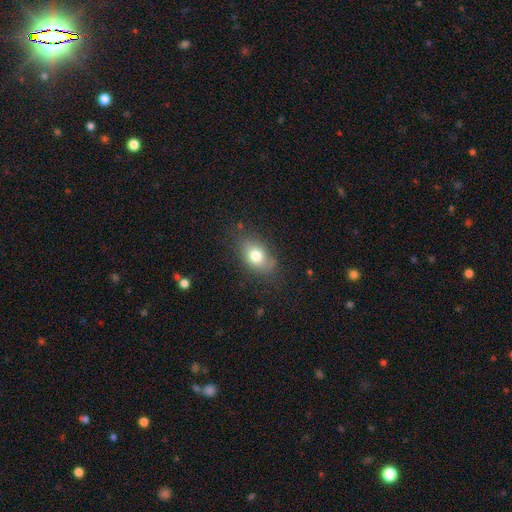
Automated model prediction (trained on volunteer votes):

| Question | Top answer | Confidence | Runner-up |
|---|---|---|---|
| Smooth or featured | smooth | 75% | featured or disk (15%) |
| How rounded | in between | 80% | round (18%) |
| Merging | none | 72% | minor disturbance (20%) |